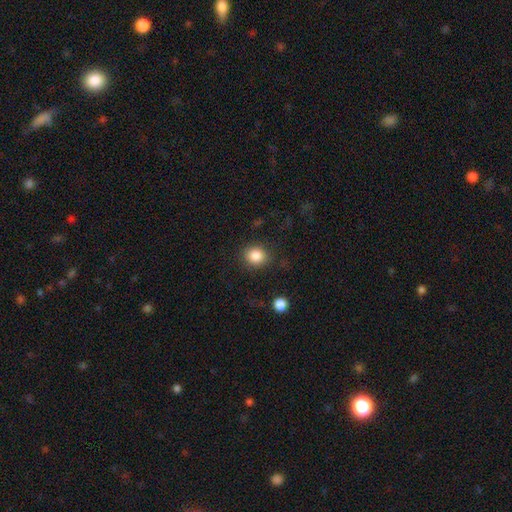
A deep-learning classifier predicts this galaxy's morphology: Overall: smooth (86%). How rounded: round (72%). Merging: none (84%).